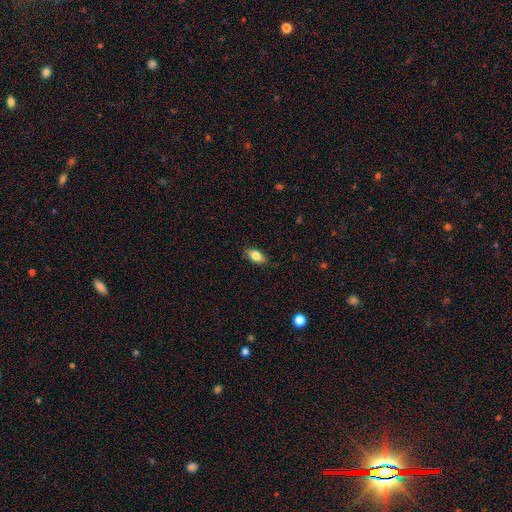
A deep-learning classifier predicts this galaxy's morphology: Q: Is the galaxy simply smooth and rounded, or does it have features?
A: smooth — 80%.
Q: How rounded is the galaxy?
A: in between — 88%.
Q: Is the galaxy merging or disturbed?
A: none — 84%.